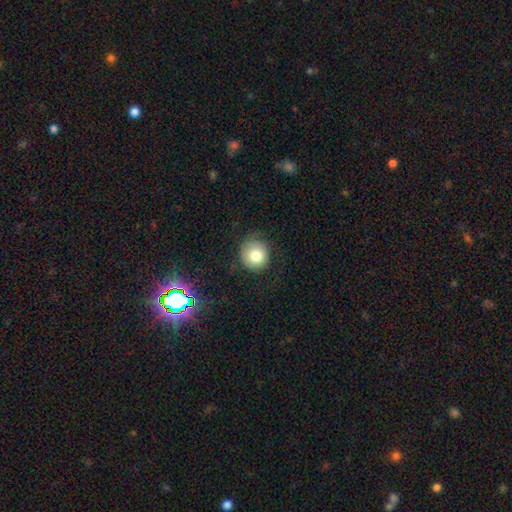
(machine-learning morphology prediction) Smooth or featured? smooth (79%)
How rounded? round (91%)
Merging? none (74%)